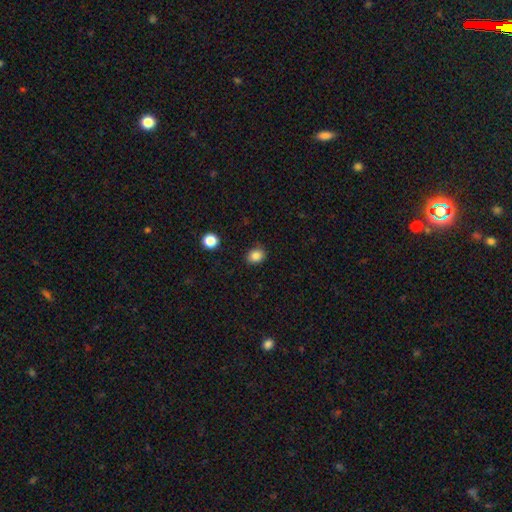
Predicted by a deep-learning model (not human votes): smooth 85%, star or artifact 11%, featured or disk 4%. Down the decision tree: how rounded — round (54%); merging — none (86%).